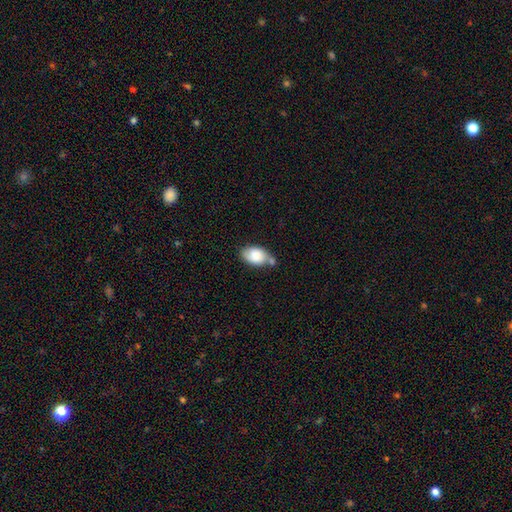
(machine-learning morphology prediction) type=smooth (79%); roundness=in between (88%); merging=none (49%).